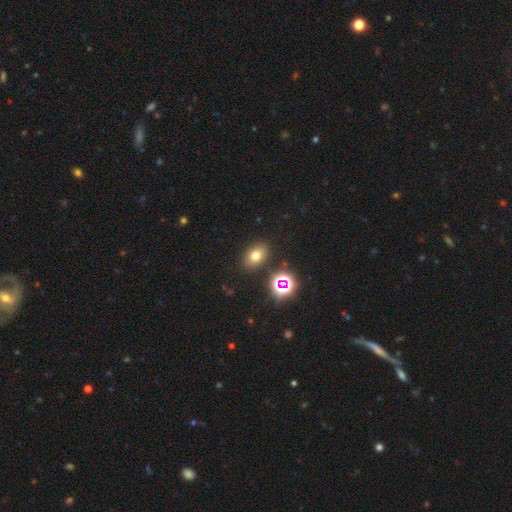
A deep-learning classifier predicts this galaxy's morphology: Smooth or featured?
  - smooth: 70% *
  - star or artifact: 19%
  - featured or disk: 11%
How rounded?
  - in between: 75% *
  - round: 23%
  - cigar-shaped: 2%
Merging?
  - none: 85% *
  - minor disturbance: 9%
  - merger: 3%
  - major disturbance: 3%